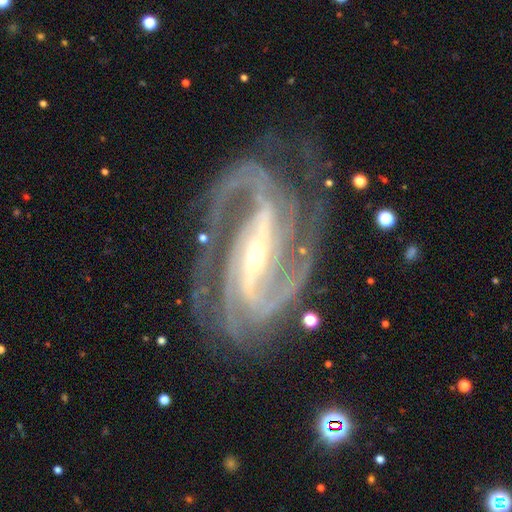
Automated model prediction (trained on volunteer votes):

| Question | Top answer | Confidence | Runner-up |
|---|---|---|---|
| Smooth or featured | featured or disk | 94% | star or artifact (4%) |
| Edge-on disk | no | 97% | yes (3%) |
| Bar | strong | 69% | weak (23%) |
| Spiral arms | yes | 99% | no (1%) |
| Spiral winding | medium | 50% | tight (40%) |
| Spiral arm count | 2 | 47% | 3 (26%) |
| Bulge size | small | 64% | moderate (32%) |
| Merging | none | 70% | minor disturbance (18%) |